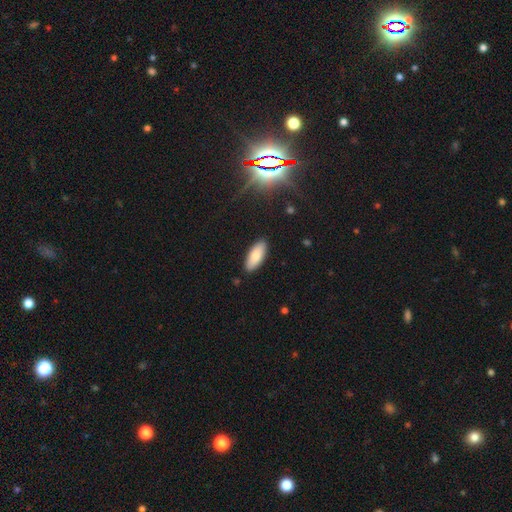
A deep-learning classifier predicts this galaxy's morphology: Smooth or featured? Predicted: smooth (p=0.80). How rounded? Predicted: in between (p=0.80). Merging? Predicted: none (p=0.88).